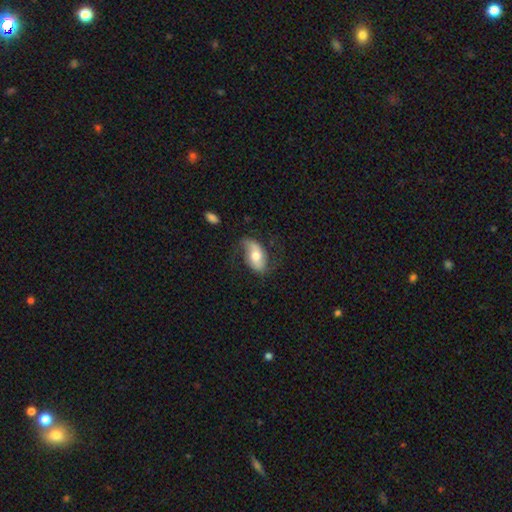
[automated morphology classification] Smooth or featured: featured or disk — 51% (smooth — 43%)
Edge-on disk: no — 91% (yes — 9%)
Merging: none — 62% (minor disturbance — 23%)